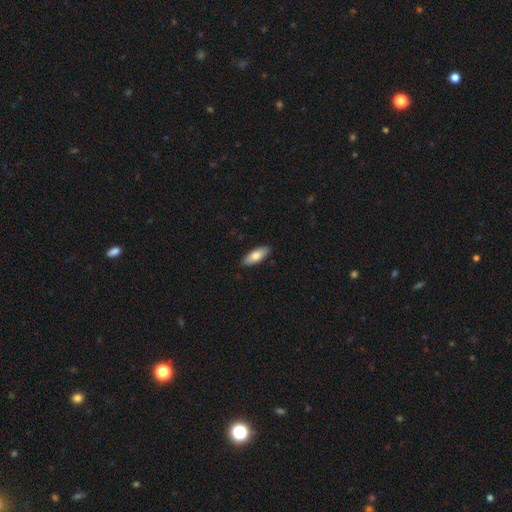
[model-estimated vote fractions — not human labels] This appears to be a smooth galaxy with no disk features (77%) that is in between round and cigar-shaped (75%). Merging: none (88%).